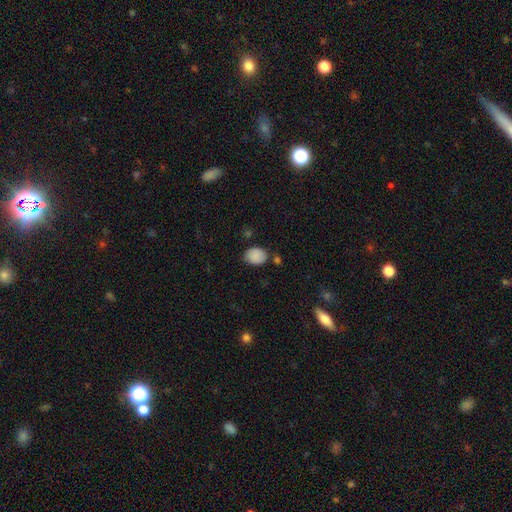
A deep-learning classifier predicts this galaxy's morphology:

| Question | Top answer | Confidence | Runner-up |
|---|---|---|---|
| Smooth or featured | smooth | 87% | star or artifact (8%) |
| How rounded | in between | 67% | round (32%) |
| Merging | none | 70% | minor disturbance (20%) |